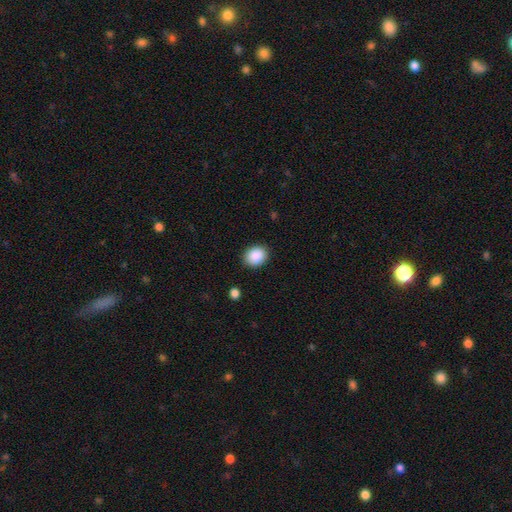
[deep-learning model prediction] Smooth or featured? smooth (89%)
How rounded? round (59%)
Merging? none (89%)